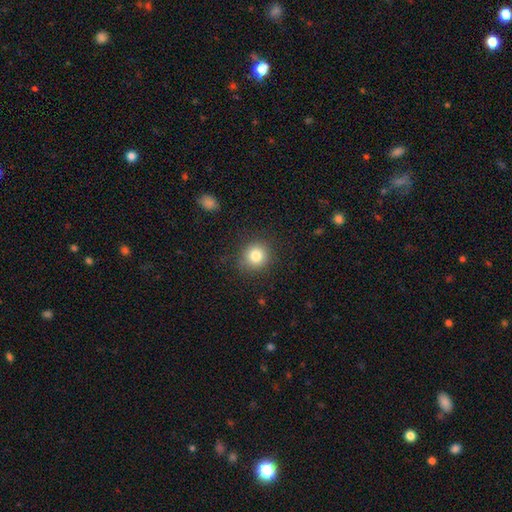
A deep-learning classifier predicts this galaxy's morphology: A smooth galaxy with no disk features (82%) that is round (89%). Merging: none (87%).